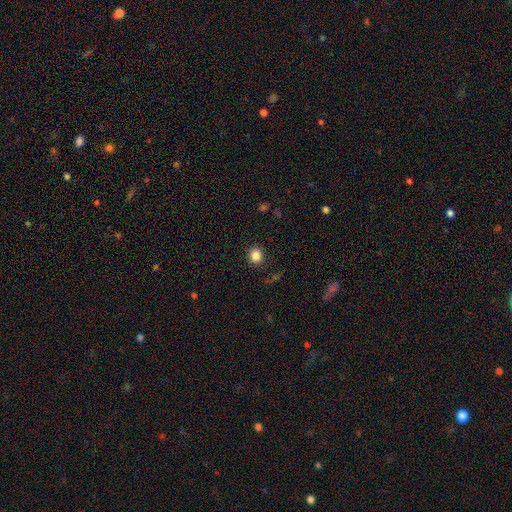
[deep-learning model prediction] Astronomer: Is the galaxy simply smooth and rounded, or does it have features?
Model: smooth — 84%.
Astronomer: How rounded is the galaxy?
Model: round — 73%.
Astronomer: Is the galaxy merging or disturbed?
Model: none — 89%.